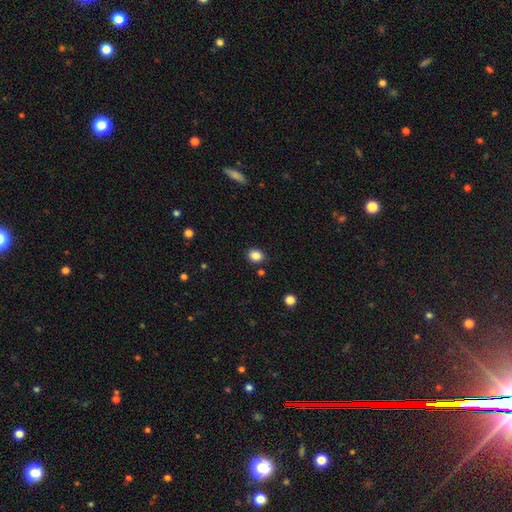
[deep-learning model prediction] Smooth or featured? Predicted: smooth (p=0.85). How rounded? Predicted: round (p=0.54). Merging? Predicted: none (p=0.87).